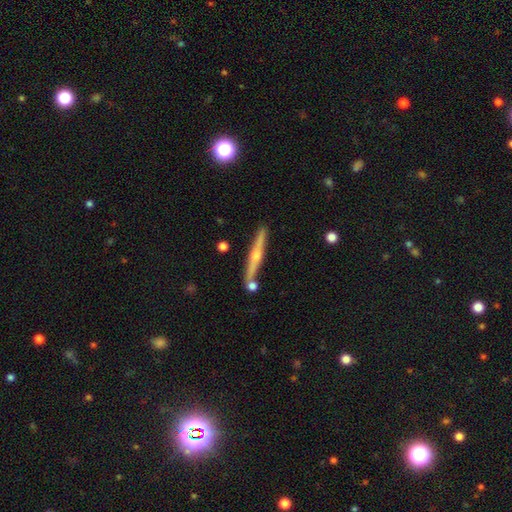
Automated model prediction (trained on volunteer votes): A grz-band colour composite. It shows a featured or disk galaxy (74%) viewed edge-on (97%) with a rounded central bulge (90%). Merging: none (84%).